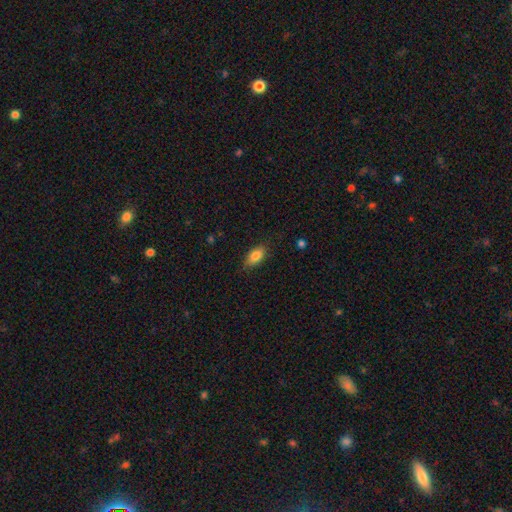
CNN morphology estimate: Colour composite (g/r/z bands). It shows a smooth galaxy with no disk features (82%) that is in between round and cigar-shaped (89%). Merging: none (80%).